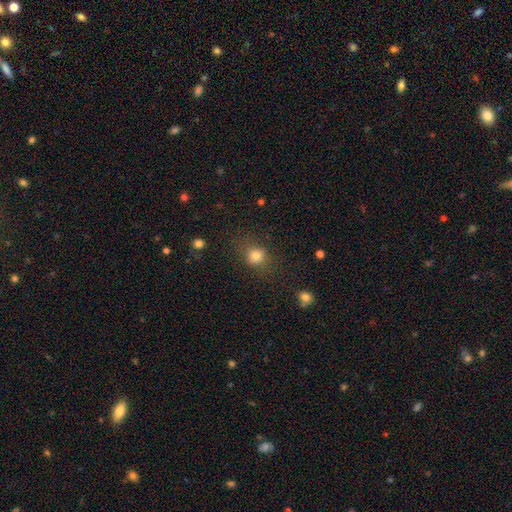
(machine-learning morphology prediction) This appears to be a smooth galaxy with no disk features (80%) that is round (75%). Merging: none (71%).